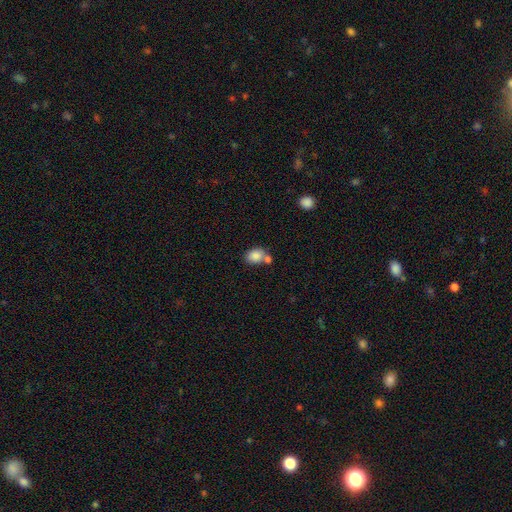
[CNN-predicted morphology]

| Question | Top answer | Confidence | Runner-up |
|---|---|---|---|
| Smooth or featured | smooth | 84% | star or artifact (8%) |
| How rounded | in between | 61% | round (38%) |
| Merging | none | 50% | merger (33%) |